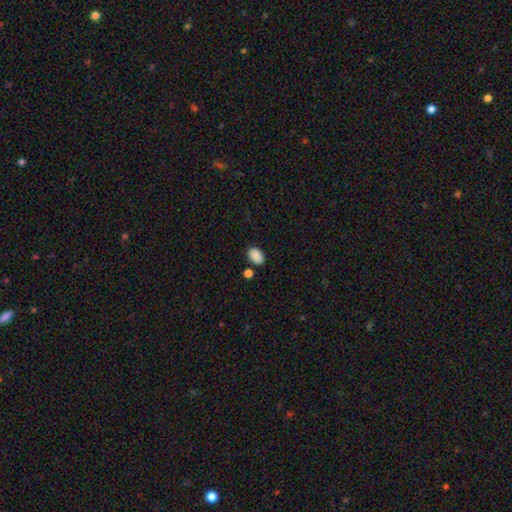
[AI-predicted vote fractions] smooth 88%, star or artifact 8%, featured or disk 4%. Down the decision tree: how rounded — in between (87%); merging — none (78%).